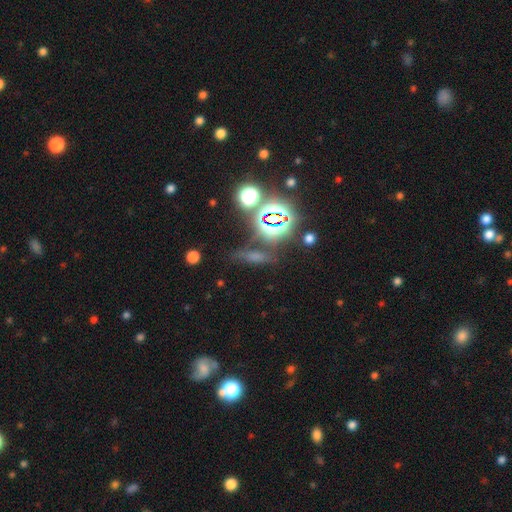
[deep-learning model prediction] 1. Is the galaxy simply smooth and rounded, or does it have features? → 43% smooth, 41% star or artifact, 16% featured or disk.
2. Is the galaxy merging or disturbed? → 68% none, 16% minor disturbance, 8% merger, 8% major disturbance.